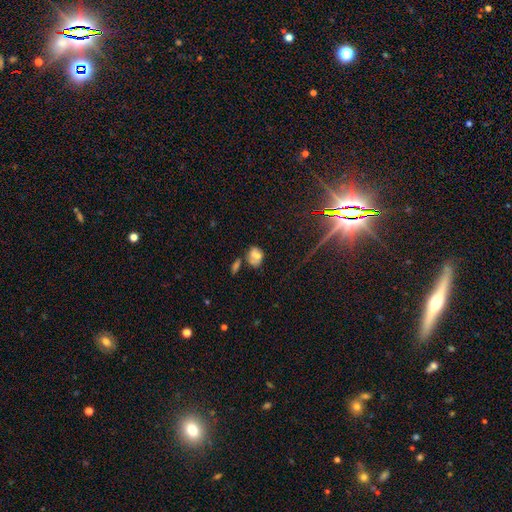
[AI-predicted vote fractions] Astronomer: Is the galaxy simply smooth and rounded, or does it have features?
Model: smooth — 58%.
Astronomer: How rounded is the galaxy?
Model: in between — 65%.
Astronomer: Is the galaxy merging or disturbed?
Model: none — 39% (runner-up: merger, 35%).